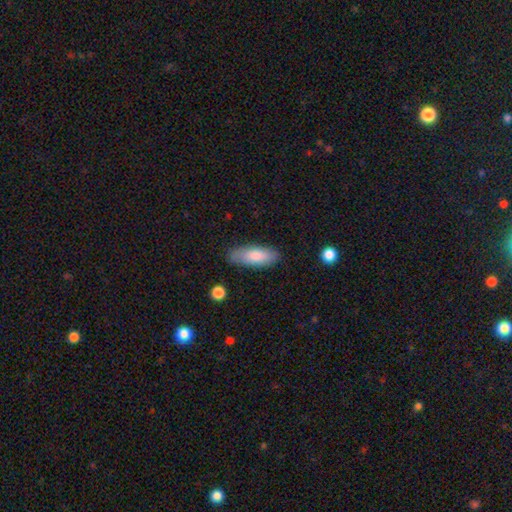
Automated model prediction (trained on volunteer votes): Q: Smooth or featured?
A: smooth (82%); runner-up: featured or disk (12%)
Q: How rounded?
A: in between (66%); runner-up: cigar-shaped (32%)
Q: Merging?
A: none (82%); runner-up: minor disturbance (14%)